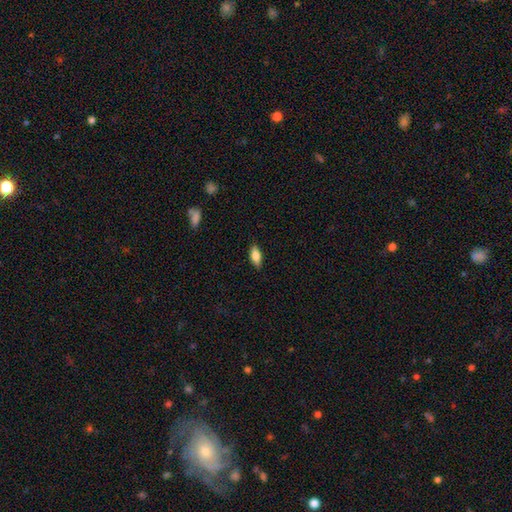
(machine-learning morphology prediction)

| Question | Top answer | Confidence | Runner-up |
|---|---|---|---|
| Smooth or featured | smooth | 77% | featured or disk (16%) |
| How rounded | in between | 81% | cigar-shaped (16%) |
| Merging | none | 87% | minor disturbance (9%) |